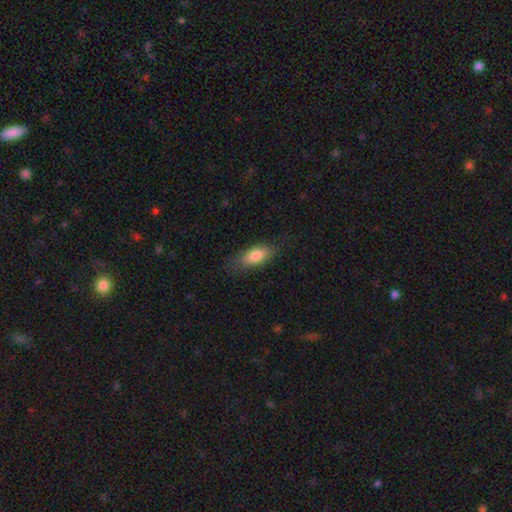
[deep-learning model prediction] This is likely a smooth galaxy (80%). How rounded: clearly in between (80%). Merging: likely none (76%).